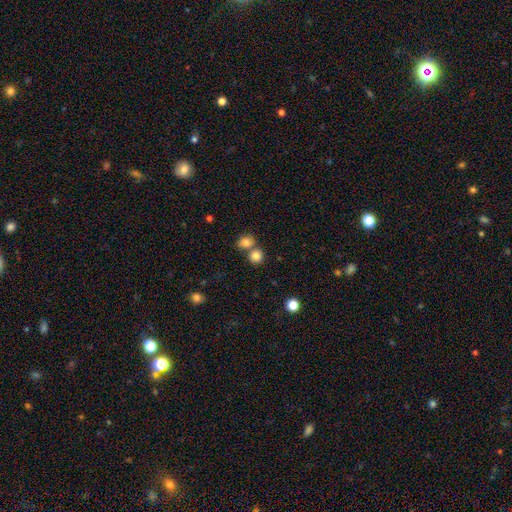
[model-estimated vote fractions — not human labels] smooth 83%, star or artifact 11%, featured or disk 6%. Down the decision tree: how rounded — round (86%); merging — none (56%).